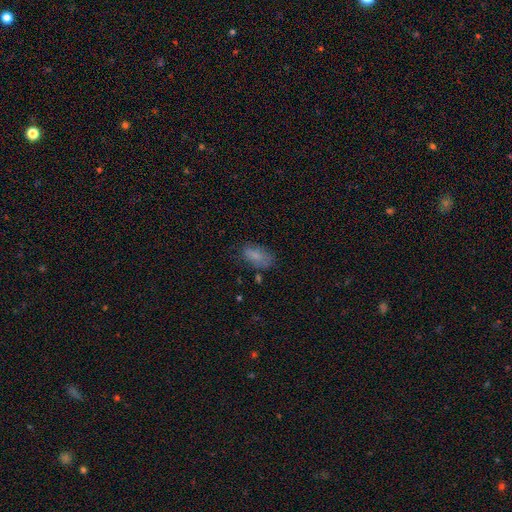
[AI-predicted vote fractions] Smooth or featured: smooth — 79% (featured or disk — 11%)
How rounded: in between — 91% (cigar-shaped — 5%)
Merging: none — 63% (minor disturbance — 25%)